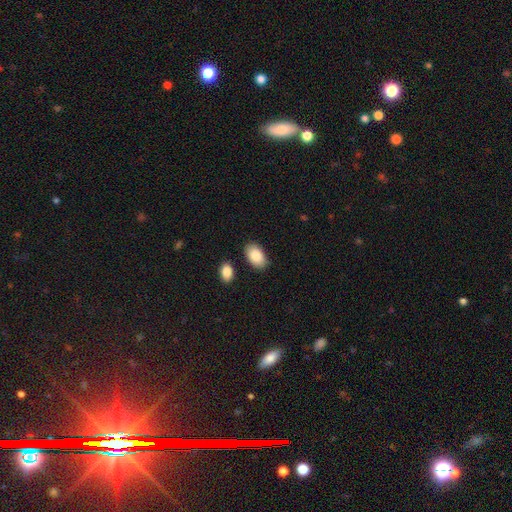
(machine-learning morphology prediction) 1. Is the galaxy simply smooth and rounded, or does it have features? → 87% smooth, 7% featured or disk, 6% star or artifact.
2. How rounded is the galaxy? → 93% in between, 6% round, 1% cigar-shaped.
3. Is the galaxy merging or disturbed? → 84% none, 10% minor disturbance, 4% merger, 2% major disturbance.